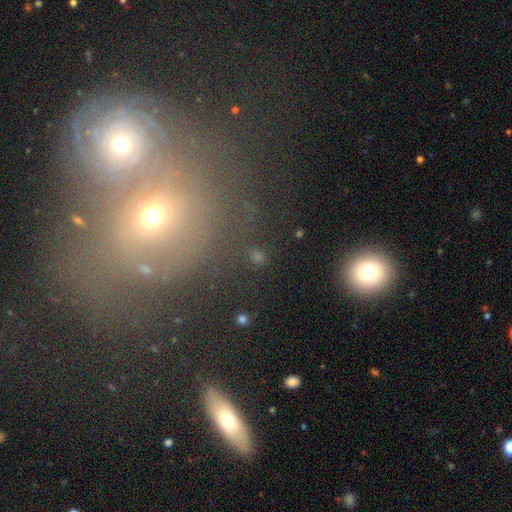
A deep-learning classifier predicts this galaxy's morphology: type=smooth (50%); merging=none (81%).